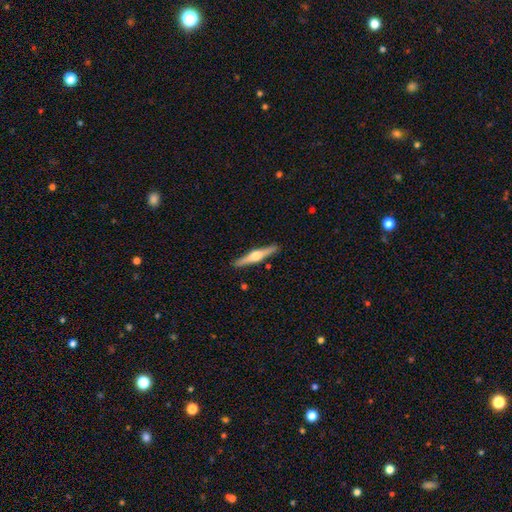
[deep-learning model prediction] This appears to be a featured or disk galaxy (70%) viewed edge-on (98%) with a rounded central bulge (94%). Merging: none (91%).